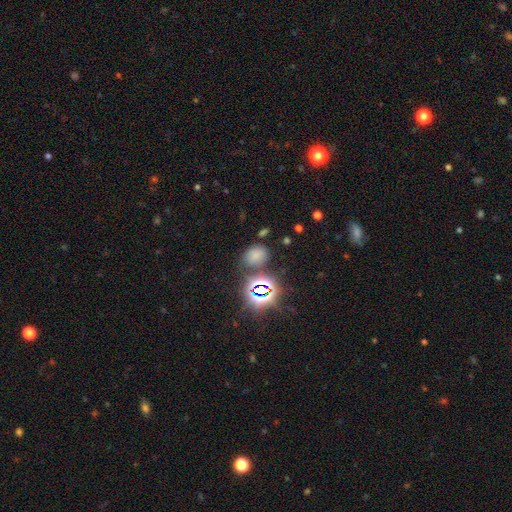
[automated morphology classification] A smooth galaxy with no disk features (61%) that is in between round and cigar-shaped (55%).

Vote fractions:
- Smooth or featured? smooth: 61% / star or artifact: 32% / featured or disk: 7%
- How rounded? in between: 55% / round: 44% / cigar-shaped: 1%
- Merging? none: 71% / minor disturbance: 15% / merger: 8% / major disturbance: 5%